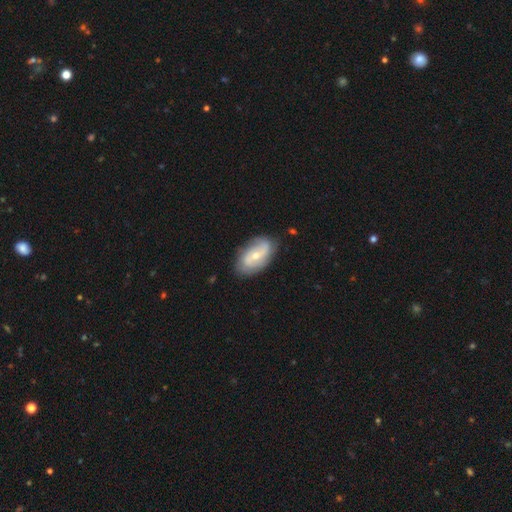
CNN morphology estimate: This appears to be a featured or disk galaxy (68%) with no bar (51%), 2 (73%) medium (39%) spiral arms (83%) and a small central bulge (49%). Merging: none (78%).